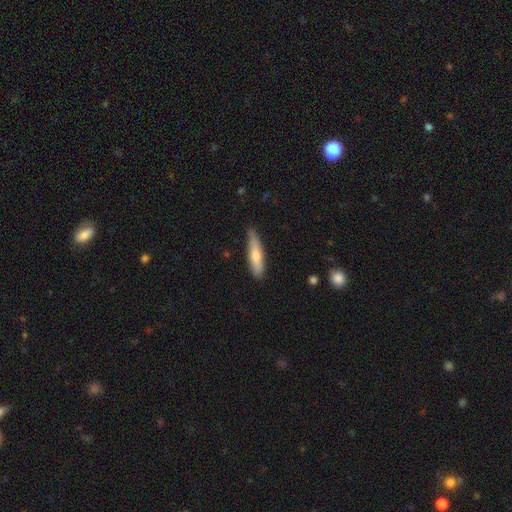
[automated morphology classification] A smooth galaxy with no disk features (61%) that is cigar-shaped (84%). Merging: none (80%).